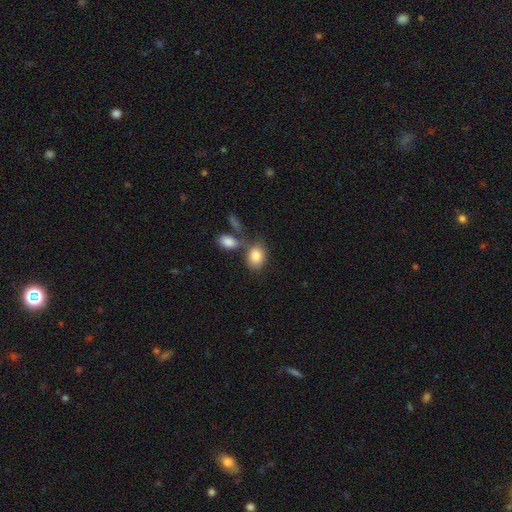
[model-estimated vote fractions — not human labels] smooth 84%, featured or disk 8%, star or artifact 8%. Down the decision tree: how rounded — in between (70%); merging — none (54%).